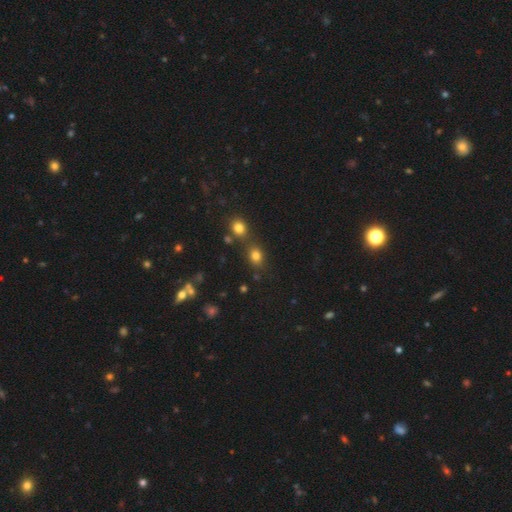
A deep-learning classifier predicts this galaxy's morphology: Smooth or featured? Predicted: smooth (p=0.78). How rounded? Predicted: round (p=0.52). Merging? Predicted: none (p=0.67).